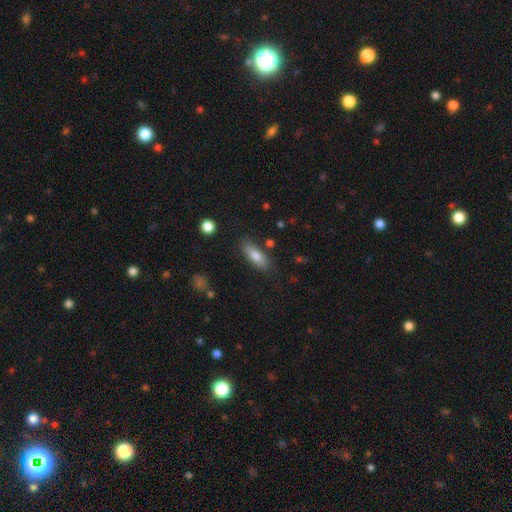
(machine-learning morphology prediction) smooth_or_featured: smooth (p=0.74) [alt: featured or disk p=0.19]
how_rounded: in between (p=0.66) [alt: cigar-shaped p=0.31]
merging: none (p=0.81) [alt: minor disturbance p=0.13]